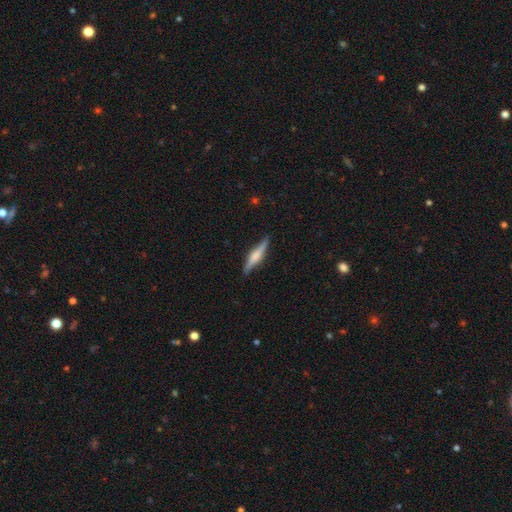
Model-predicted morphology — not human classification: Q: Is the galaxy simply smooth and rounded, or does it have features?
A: featured or disk — 61%.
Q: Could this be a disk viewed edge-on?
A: yes — 97%.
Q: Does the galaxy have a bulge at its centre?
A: rounded — 63%.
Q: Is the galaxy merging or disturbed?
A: none — 87%.